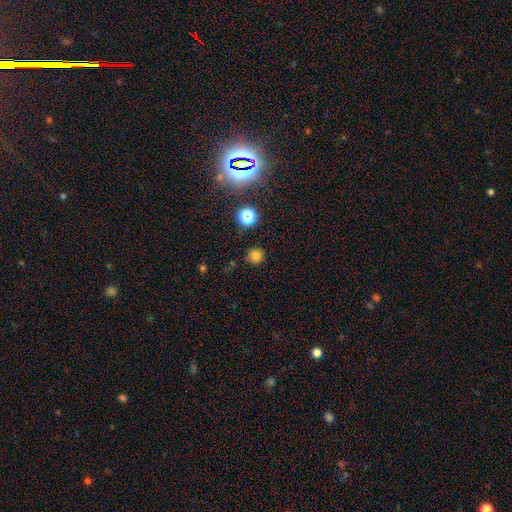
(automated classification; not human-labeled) Overall: smooth (75%). How rounded: round (92%). Merging: none (85%).